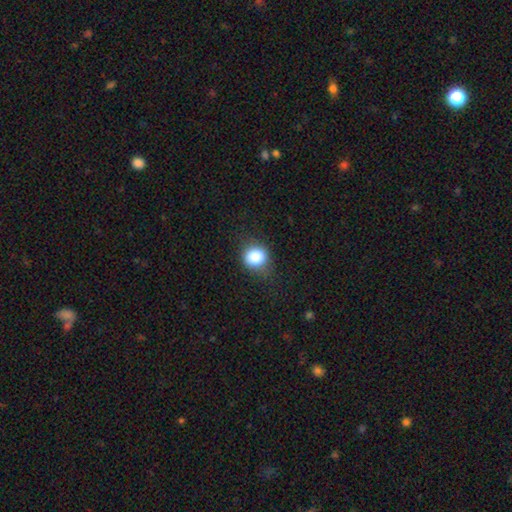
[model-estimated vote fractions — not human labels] The model was most divided on "how rounded": round: 77%, in between: 22%, cigar-shaped: 1%. More confident: smooth or featured — smooth (85%); merging — none (76%).